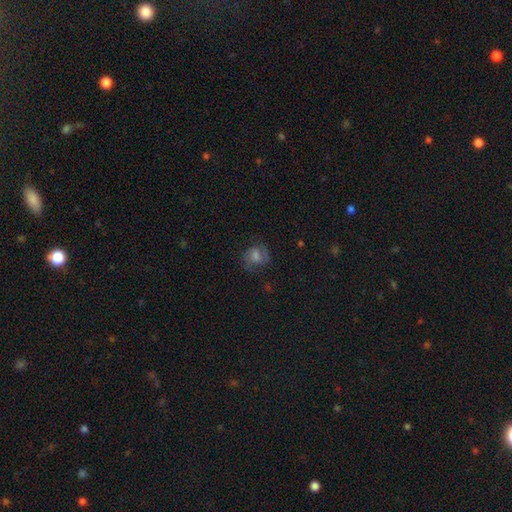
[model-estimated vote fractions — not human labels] Overall: smooth (45%; featured or disk 38%). Merging: none (72%).